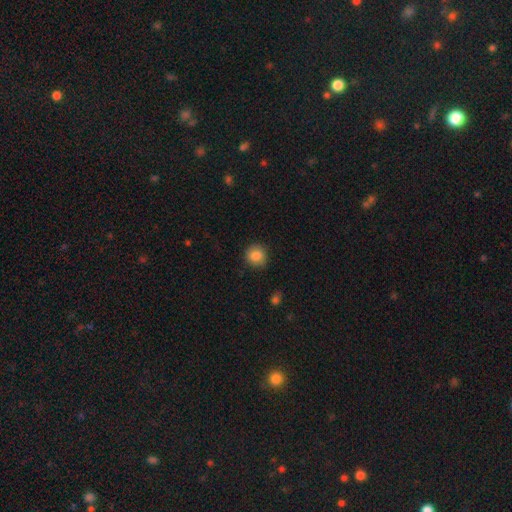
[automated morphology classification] Smooth or featured? smooth (85%)
How rounded? round (91%)
Merging? none (88%)